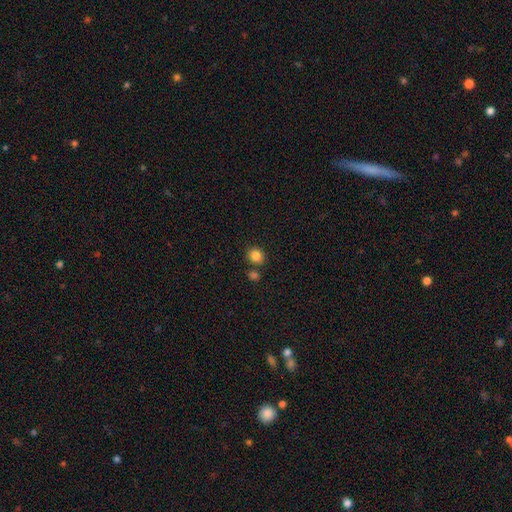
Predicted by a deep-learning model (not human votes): This is clearly a smooth galaxy (85%). How rounded: likely round (79%). Merging: likely none (76%).